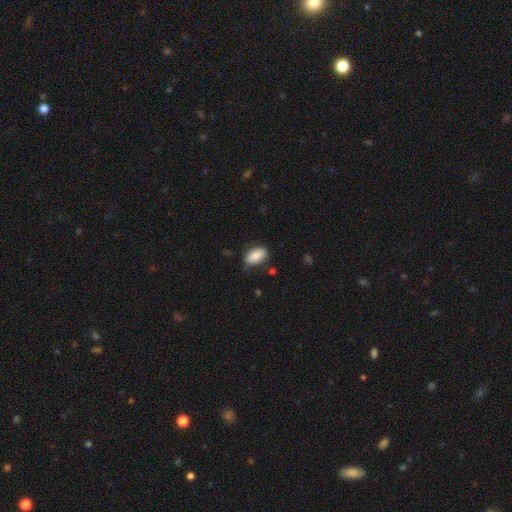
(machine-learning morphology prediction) A smooth galaxy with no disk features (82%) that is in between round and cigar-shaped (93%).

Vote fractions:
- Smooth or featured? smooth: 82% / featured or disk: 11% / star or artifact: 7%
- How rounded? in between: 93% / round: 5% / cigar-shaped: 2%
- Merging? none: 76% / minor disturbance: 18% / major disturbance: 4% / merger: 2%